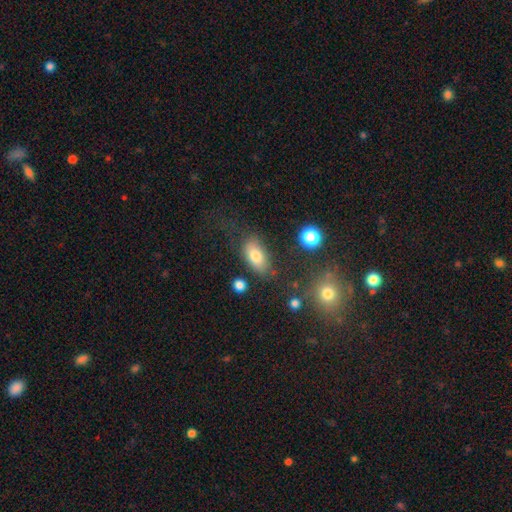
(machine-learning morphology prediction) This appears to be a smooth galaxy with no disk features (78%) that is in between round and cigar-shaped (89%). Merging: none (69%).